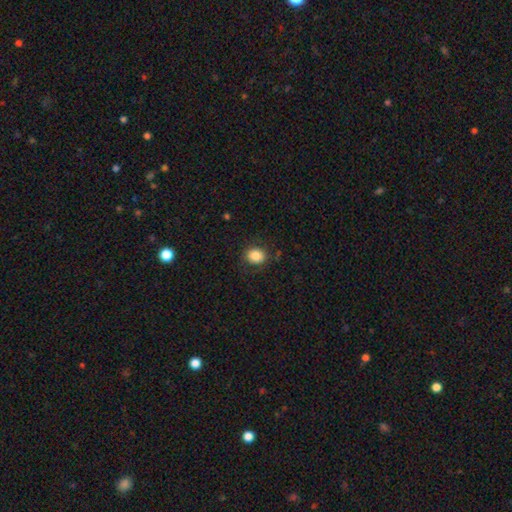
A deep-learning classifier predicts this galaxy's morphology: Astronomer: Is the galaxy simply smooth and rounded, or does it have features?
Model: smooth — 84%.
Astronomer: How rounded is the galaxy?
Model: round — 68%.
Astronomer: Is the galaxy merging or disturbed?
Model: none — 82%.